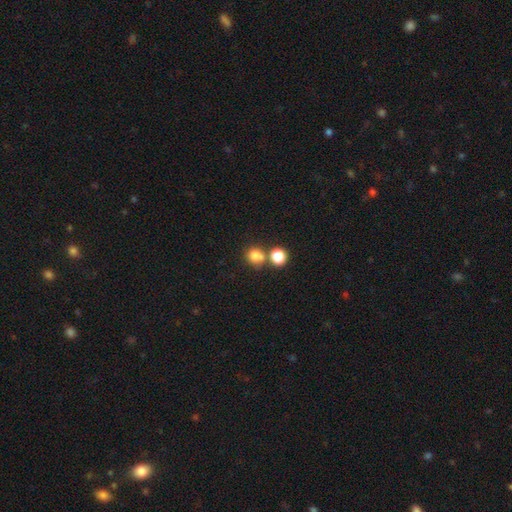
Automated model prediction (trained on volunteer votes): Smooth or featured?
  - smooth: 80% *
  - star or artifact: 13%
  - featured or disk: 7%
How rounded?
  - round: 81% *
  - in between: 18%
  - cigar-shaped: 1%
Merging?
  - none: 53% *
  - merger: 34%
  - minor disturbance: 10%
  - major disturbance: 4%